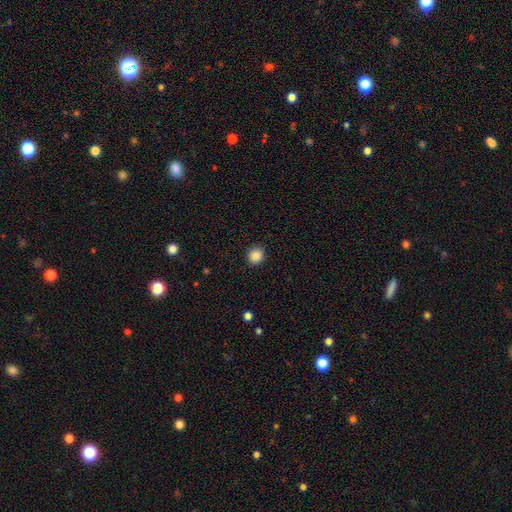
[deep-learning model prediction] smooth-or-featured: smooth: 88% | star or artifact: 9% | featured or disk: 2%
  how-rounded: round: 83% | in between: 16% | cigar-shaped: 1%
  merging: none: 91% | minor disturbance: 6% | major disturbance: 2% | merger: 1%